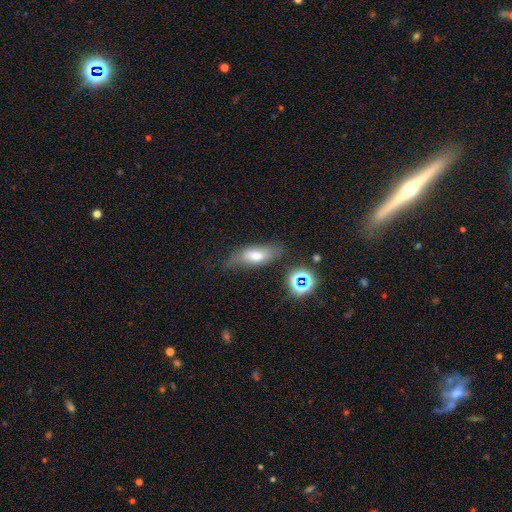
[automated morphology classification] This is likely a smooth galaxy (60%). How rounded: likely in between (63%). Merging: likely none (63%).